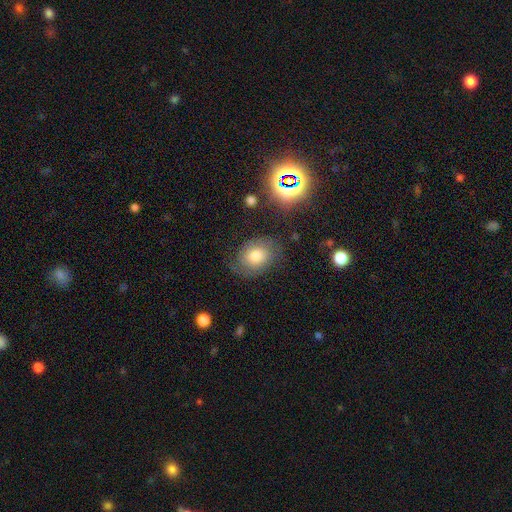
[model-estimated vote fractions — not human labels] A smooth galaxy with no disk features (49%). Merging: none (68%).